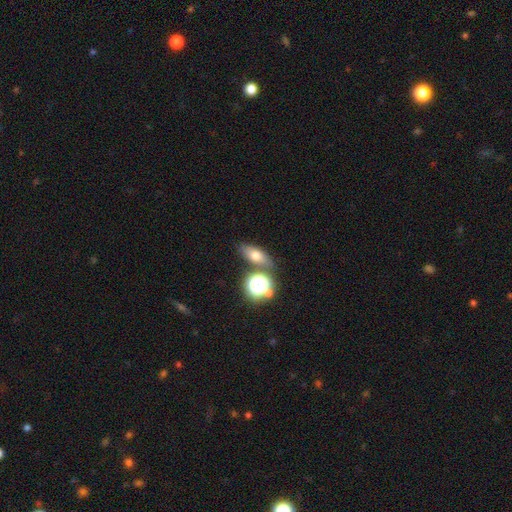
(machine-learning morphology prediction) The model was most divided on "smooth or featured": smooth: 63%, star or artifact: 19%, featured or disk: 18%. More confident: merging — none (72%); how rounded — in between (66%).